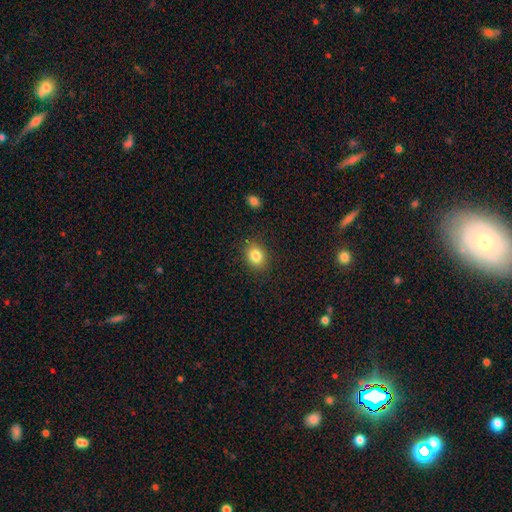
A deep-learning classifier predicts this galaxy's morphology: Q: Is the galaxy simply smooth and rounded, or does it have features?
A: smooth — 83%.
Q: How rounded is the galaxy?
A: round — 55%.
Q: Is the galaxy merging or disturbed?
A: none — 87%.